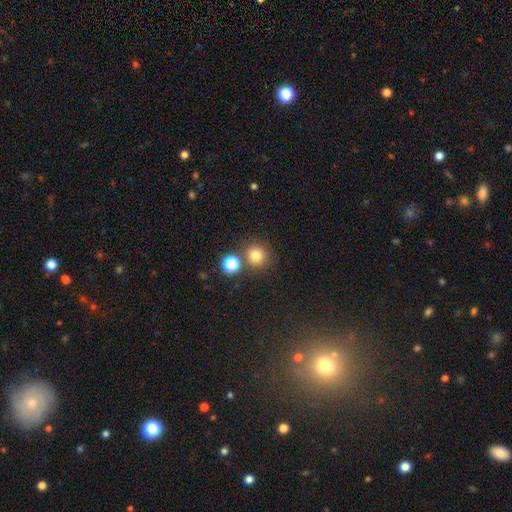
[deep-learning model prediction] Morphology: type=smooth (78%); roundness=round (93%); merging=none (77%).